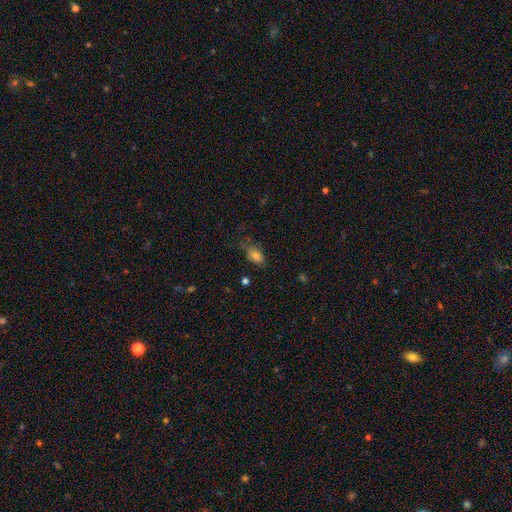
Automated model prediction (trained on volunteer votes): Smooth or featured: smooth — 79% (star or artifact — 11%)
How rounded: in between — 83% (round — 12%)
Merging: none — 57% (minor disturbance — 31%)